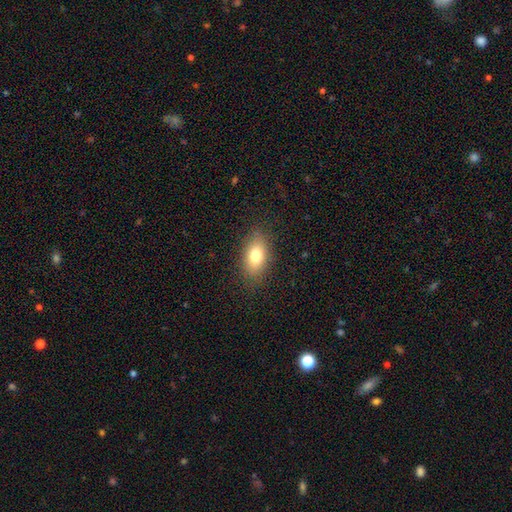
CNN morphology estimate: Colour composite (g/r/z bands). It shows a smooth galaxy with no disk features (78%) that is in between round and cigar-shaped (87%). Merging: none (85%).